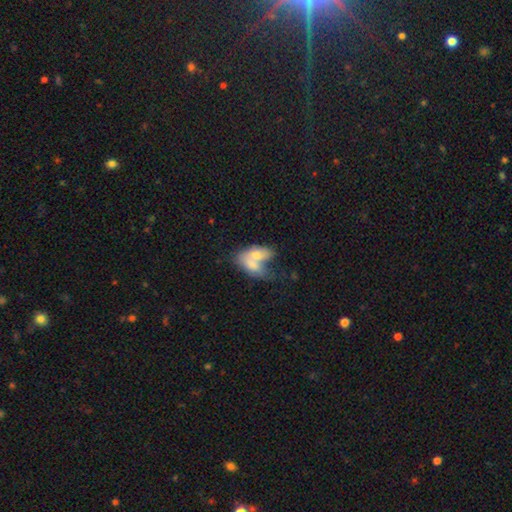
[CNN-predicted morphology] smooth-or-featured: smooth: 64% | featured or disk: 29% | star or artifact: 7%
  how-rounded: in between: 85% | round: 9% | cigar-shaped: 6%
  merging: merger: 70% | none: 15% | minor disturbance: 8% | major disturbance: 8%